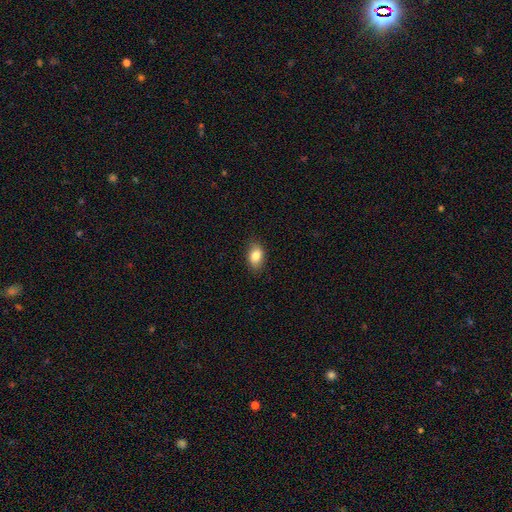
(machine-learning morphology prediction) Smooth or featured? Predicted: smooth (p=0.83). How rounded? Predicted: in between (p=0.84). Merging? Predicted: none (p=0.85).